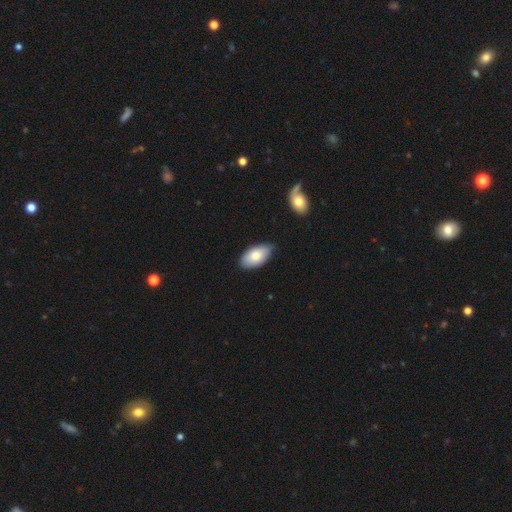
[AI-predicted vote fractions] smooth_or_featured: smooth (p=0.79) [alt: featured or disk p=0.15]
how_rounded: in between (p=0.95) [alt: cigar-shaped p=0.03]
merging: none (p=0.80) [alt: minor disturbance p=0.16]